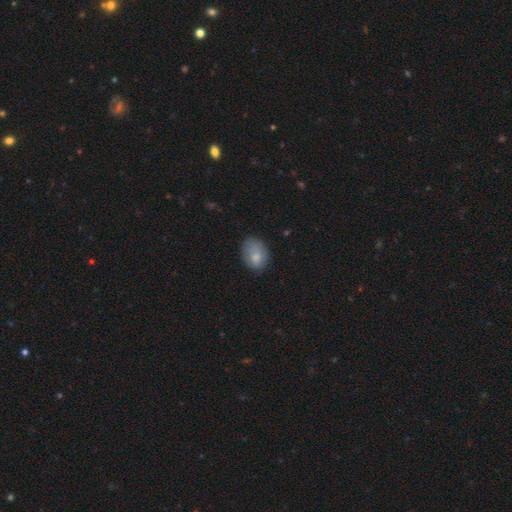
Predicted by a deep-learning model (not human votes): smooth 79%, featured or disk 13%, star or artifact 7%. Down the decision tree: how rounded — in between (72%); merging — none (67%).